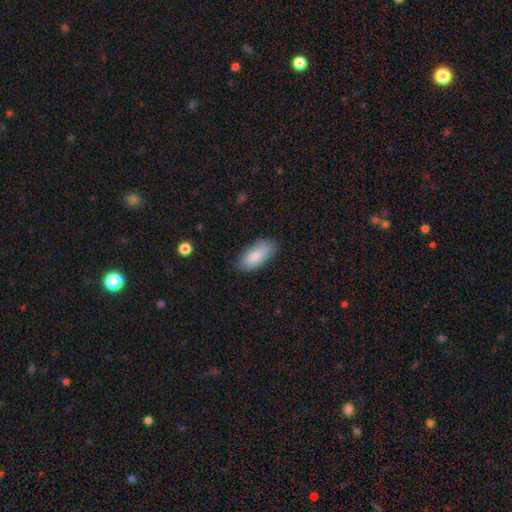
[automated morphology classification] smooth_or_featured: smooth (p=0.84) [alt: featured or disk p=0.10]
how_rounded: in between (p=0.88) [alt: cigar-shaped p=0.10]
merging: none (p=0.82) [alt: minor disturbance p=0.14]